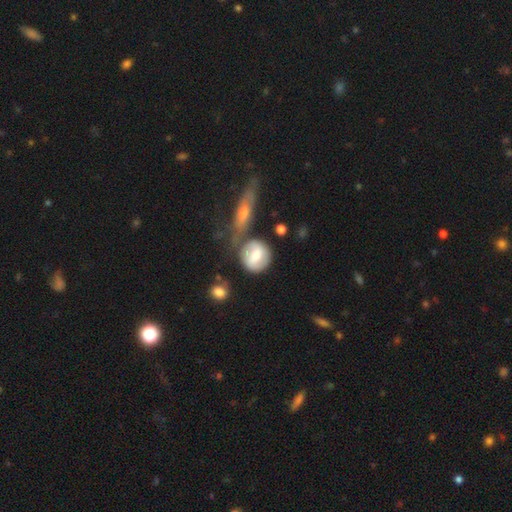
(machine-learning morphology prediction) Q: Smooth or featured?
A: smooth (64%); runner-up: featured or disk (30%)
Q: How rounded?
A: round (82%); runner-up: in between (16%)
Q: Merging?
A: none (57%); runner-up: merger (22%)